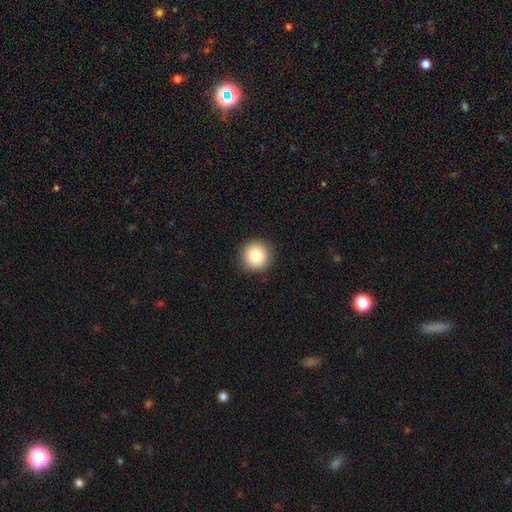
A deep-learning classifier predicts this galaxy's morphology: Smooth or featured?
  - smooth: 84% *
  - star or artifact: 9%
  - featured or disk: 6%
How rounded?
  - round: 95% *
  - in between: 4%
  - cigar-shaped: 1%
Merging?
  - none: 93% *
  - minor disturbance: 5%
  - major disturbance: 2%
  - merger: 1%